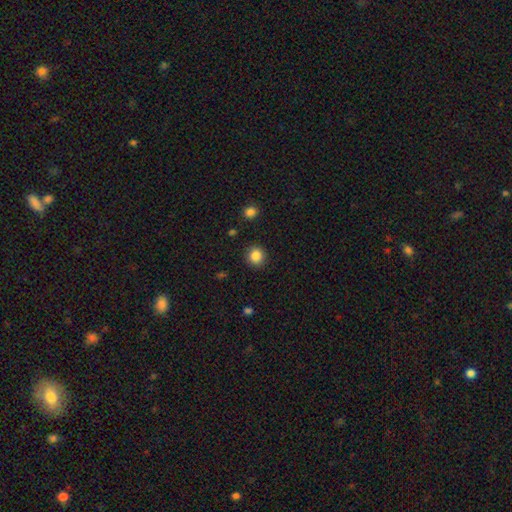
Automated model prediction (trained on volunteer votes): A smooth galaxy with no disk features (86%) that is round (91%). Merging: none (90%).